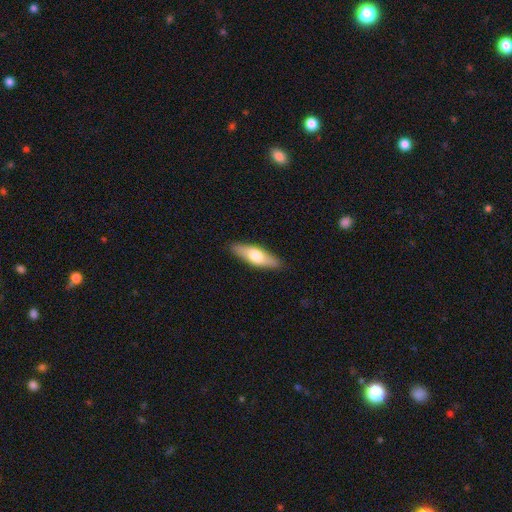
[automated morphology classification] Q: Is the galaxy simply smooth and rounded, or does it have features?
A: smooth — 60%.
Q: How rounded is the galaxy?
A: cigar-shaped — 52%.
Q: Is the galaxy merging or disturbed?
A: none — 88%.